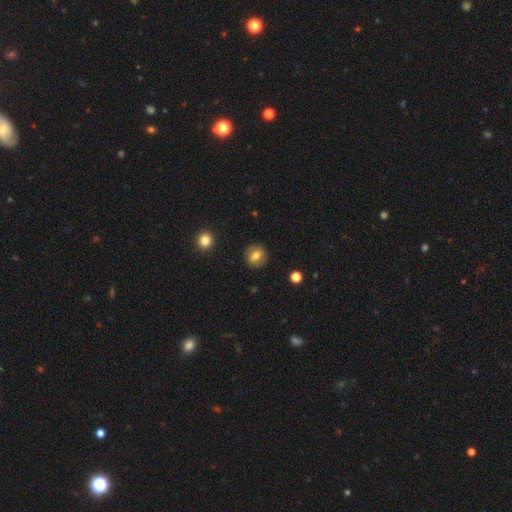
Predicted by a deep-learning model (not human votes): Smooth or featured: smooth — 68% (featured or disk — 23%)
How rounded: round — 84% (in between — 15%)
Merging: none — 88% (minor disturbance — 8%)